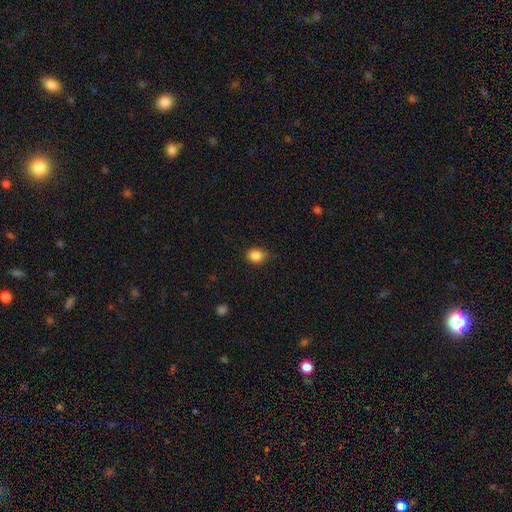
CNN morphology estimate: smooth-or-featured: smooth: 85% | star or artifact: 10% | featured or disk: 5%
  how-rounded: round: 64% | in between: 35% | cigar-shaped: 1%
  merging: none: 80% | minor disturbance: 16% | major disturbance: 3% | merger: 1%